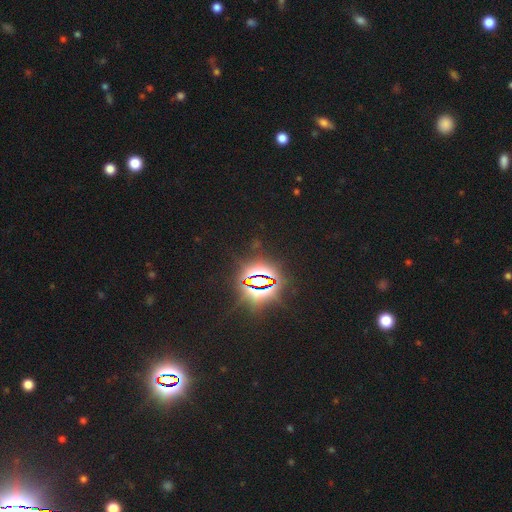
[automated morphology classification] Smooth or featured? Predicted: star or artifact (p=0.84).